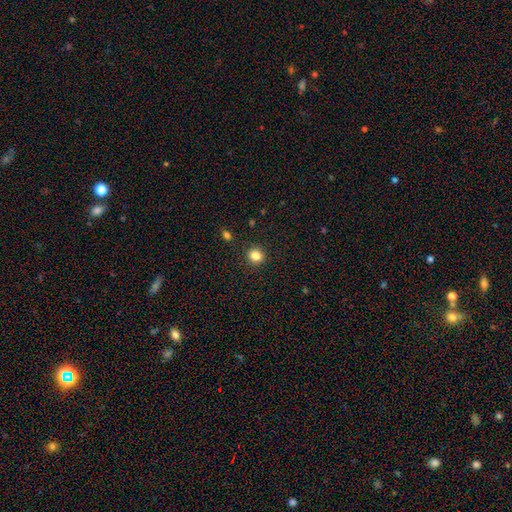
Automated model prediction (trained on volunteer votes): Smooth or featured? Predicted: smooth (p=0.83). How rounded? Predicted: round (p=0.90). Merging? Predicted: none (p=0.91).